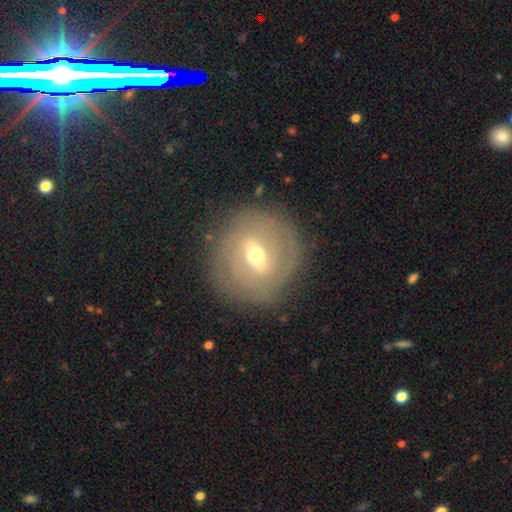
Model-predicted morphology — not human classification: This is likely a featured or disk galaxy (72%). It is clearly not viewed edge-on (89%). Bar: marginally strong (43%, tied with weak). Spiral arm pattern: possibly yes (53%). Central bulge: likely moderate (62%). Merging: clearly none (82%).